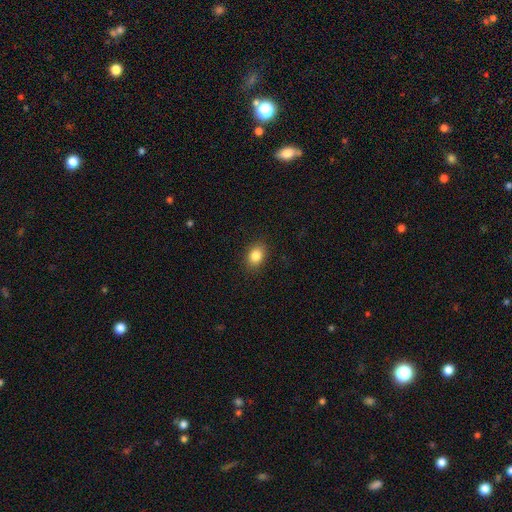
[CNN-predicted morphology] The model was most divided on "how rounded": in between: 65%, round: 34%, cigar-shaped: 1%. More confident: merging — none (89%); smooth or featured — smooth (84%).